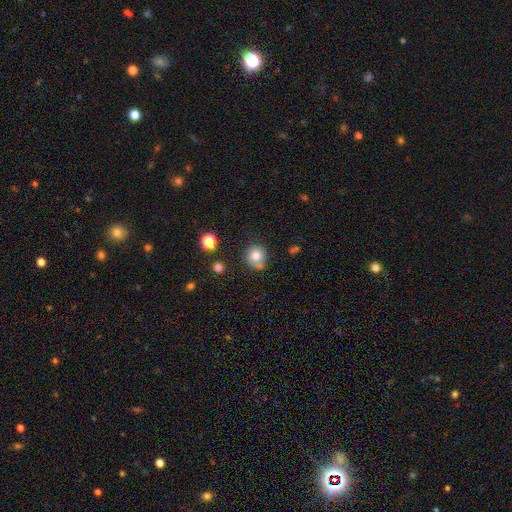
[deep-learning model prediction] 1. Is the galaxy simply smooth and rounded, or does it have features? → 77% smooth, 12% featured or disk, 11% star or artifact.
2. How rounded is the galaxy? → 87% round, 12% in between, 1% cigar-shaped.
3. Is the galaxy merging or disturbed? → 64% none, 20% minor disturbance, 10% merger, 6% major disturbance.